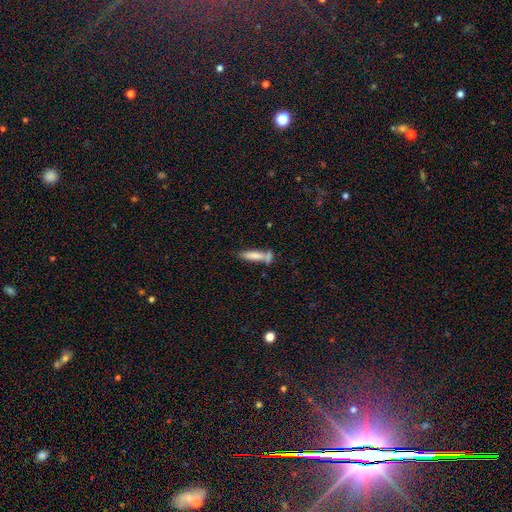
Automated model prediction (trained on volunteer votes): This appears to be a smooth galaxy with no disk features (76%) that is cigar-shaped (72%). Merging: none (48%).